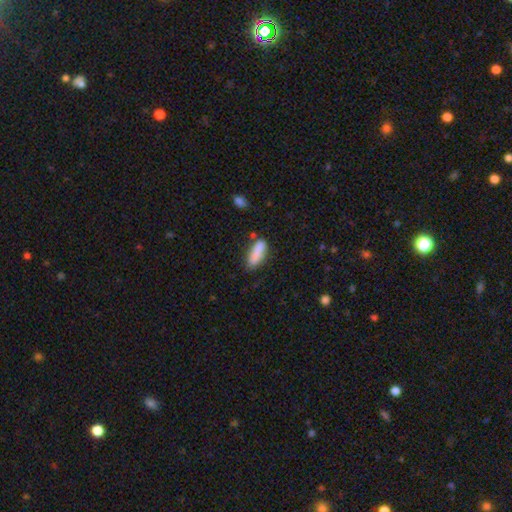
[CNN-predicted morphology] Q: Smooth or featured?
A: smooth (84%); runner-up: featured or disk (9%)
Q: How rounded?
A: cigar-shaped (53%); runner-up: in between (46%)
Q: Merging?
A: none (70%); runner-up: minor disturbance (19%)